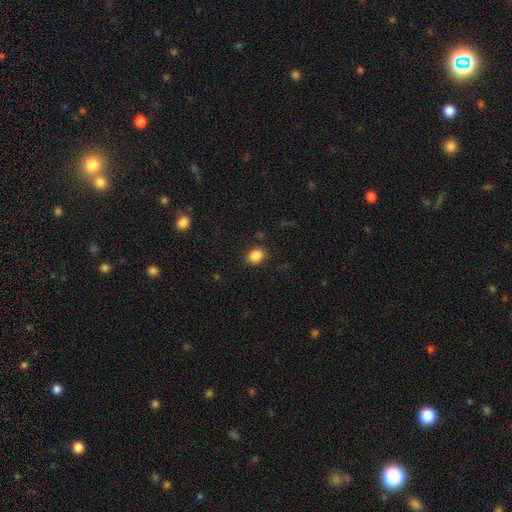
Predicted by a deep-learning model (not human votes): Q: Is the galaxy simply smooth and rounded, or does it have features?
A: smooth — 86%.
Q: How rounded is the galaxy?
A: round — 52%.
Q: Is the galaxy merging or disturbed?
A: none — 85%.